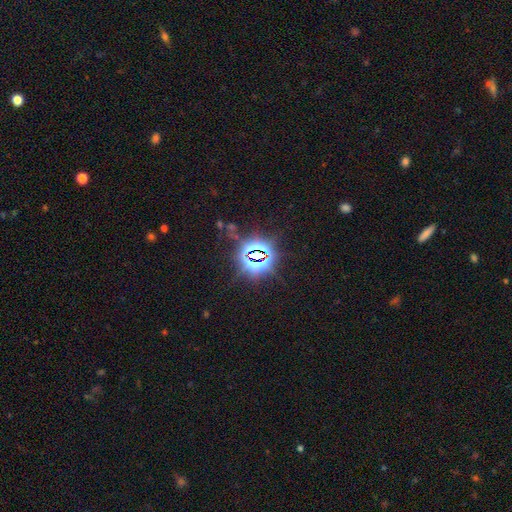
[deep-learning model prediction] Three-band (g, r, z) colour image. It shows a star or artifact, not a galaxy (82%).